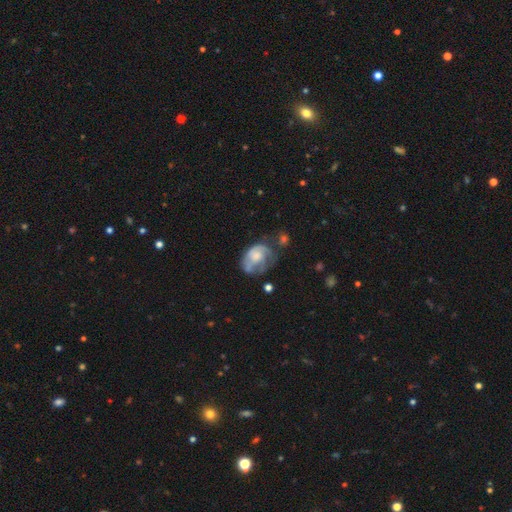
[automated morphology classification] A featured or disk galaxy (56%) with no bar (78%), spiral arms (59%) and a moderate central bulge (38%).

Vote fractions:
- Smooth or featured? featured or disk: 56% / smooth: 36% / star or artifact: 8%
- Edge-on disk? no: 97% / yes: 3%
- Bar? no: 78% / weak: 19% / strong: 3%
- Spiral arms? yes: 59% / no: 41%
- Bulge size? moderate: 38% / small: 27% / none: 18% / large: 15% / dominant: 2%
- Merging? none: 33% (tied) / major disturbance: 33% (tied) / minor disturbance: 27% / merger: 7%